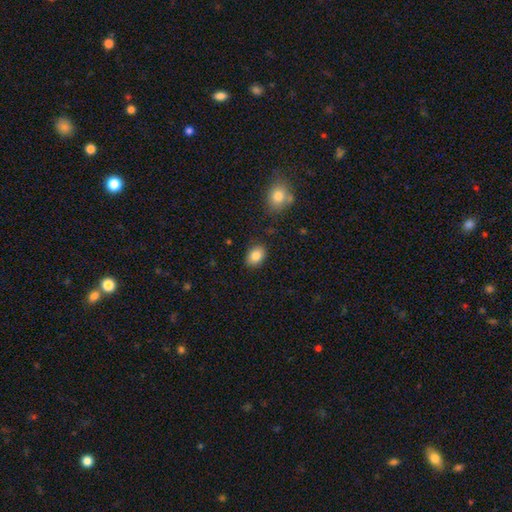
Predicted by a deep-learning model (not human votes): smooth 84%, star or artifact 8%, featured or disk 8%. Down the decision tree: how rounded — in between (75%); merging — none (86%).